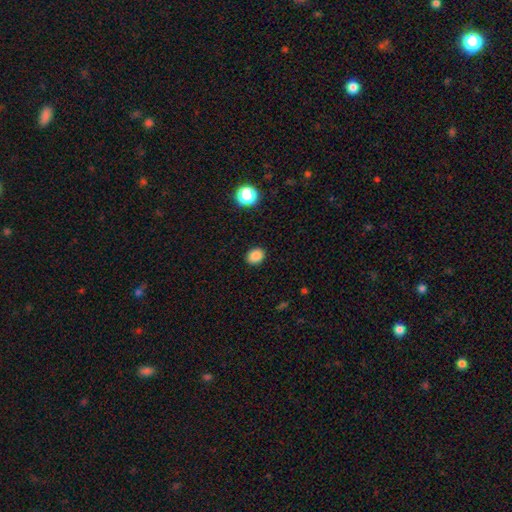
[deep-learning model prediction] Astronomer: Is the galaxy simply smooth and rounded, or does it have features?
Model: smooth — 86%.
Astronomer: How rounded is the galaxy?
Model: round — 56% (runner-up: in between, 43%).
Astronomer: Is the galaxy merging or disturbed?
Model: none — 89%.